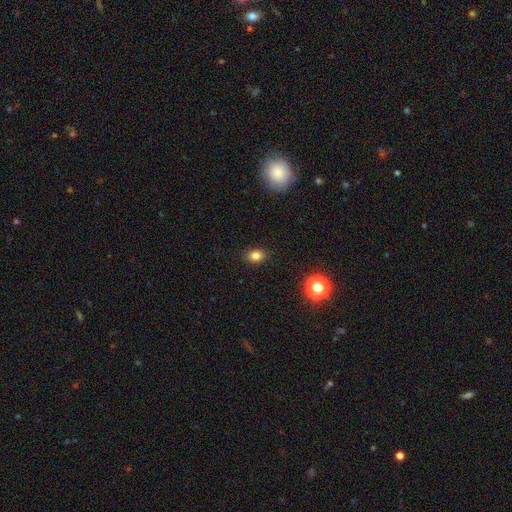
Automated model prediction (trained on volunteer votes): Smooth or featured: smooth — 80% (star or artifact — 14%)
How rounded: in between — 62% (round — 37%)
Merging: none — 88% (minor disturbance — 8%)